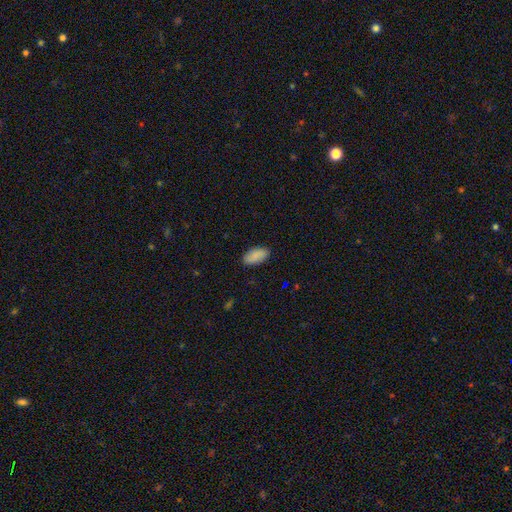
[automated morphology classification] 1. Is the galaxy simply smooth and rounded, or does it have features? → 88% smooth, 7% star or artifact, 5% featured or disk.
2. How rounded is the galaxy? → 93% in between, 4% cigar-shaped, 3% round.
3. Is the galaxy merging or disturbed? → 87% none, 10% minor disturbance, 2% major disturbance, 1% merger.